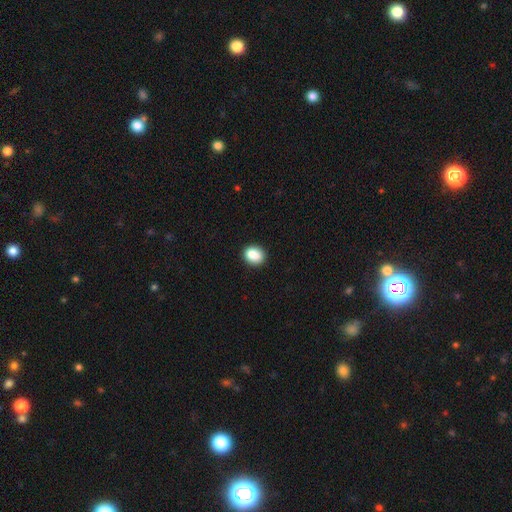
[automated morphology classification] A smooth galaxy with no disk features (80%) that is round (61%).

Vote fractions:
- Smooth or featured? smooth: 80% / featured or disk: 10% / star or artifact: 9%
- How rounded? round: 61% / in between: 38% / cigar-shaped: 1%
- Merging? none: 72% / minor disturbance: 14% / merger: 10% / major disturbance: 4%